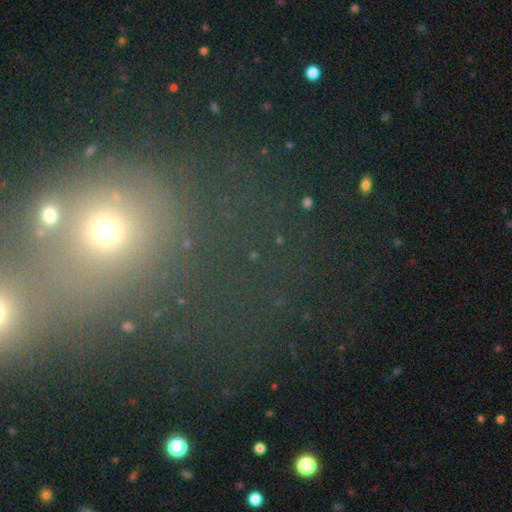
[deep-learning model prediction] star or artifact 47%, smooth 40%, featured or disk 13%.